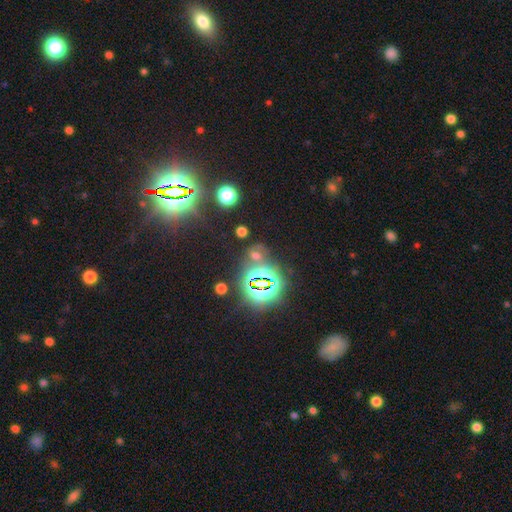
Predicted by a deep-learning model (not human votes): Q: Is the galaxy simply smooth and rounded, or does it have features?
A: star or artifact — 58%.